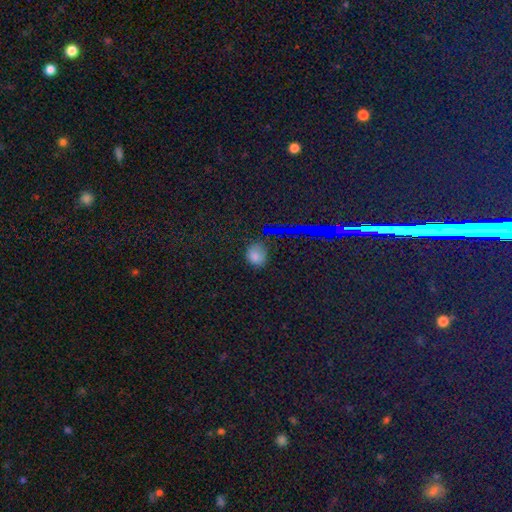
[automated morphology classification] Smooth or featured: smooth — 73% (star or artifact — 21%)
How rounded: round — 68% (in between — 30%)
Merging: none — 79% (minor disturbance — 15%)